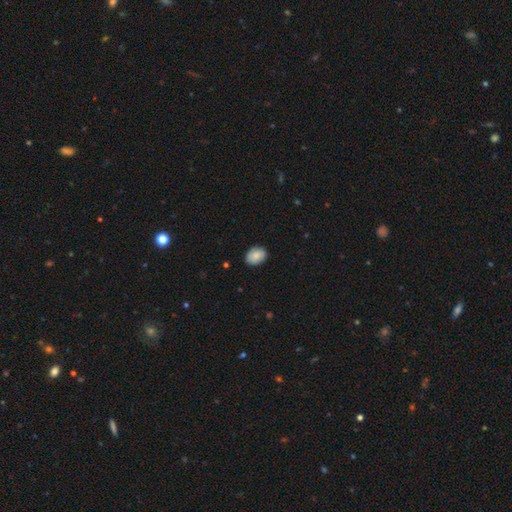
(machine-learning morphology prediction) smooth_or_featured: smooth (p=0.87) [alt: star or artifact p=0.07]
how_rounded: in between (p=0.71) [alt: round p=0.28]
merging: none (p=0.87) [alt: minor disturbance p=0.10]